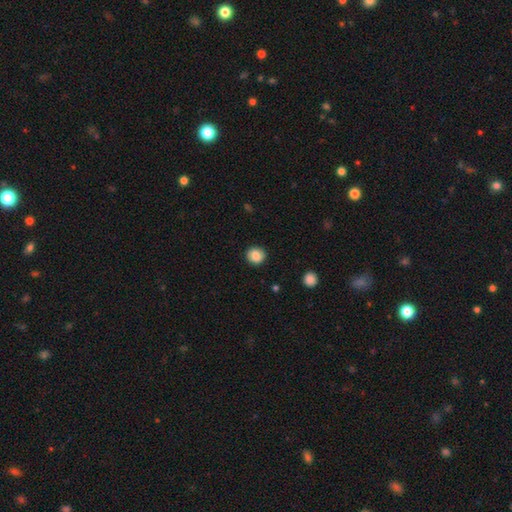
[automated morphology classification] This is clearly a smooth galaxy (83%). How rounded: clearly round (87%). Merging: clearly none (89%).